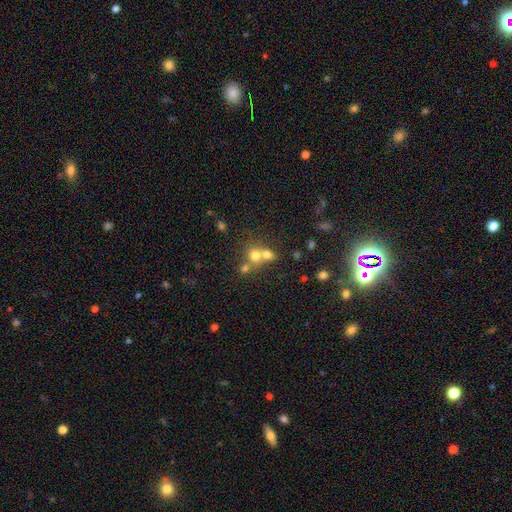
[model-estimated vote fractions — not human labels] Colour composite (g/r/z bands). It shows a smooth galaxy with no disk features (68%) that is round (74%). Merging: merger (58%).